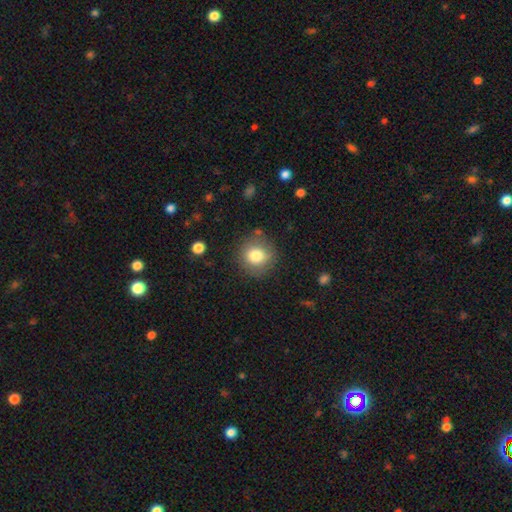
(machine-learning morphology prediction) Q: Smooth or featured?
A: smooth (80%); runner-up: star or artifact (10%)
Q: How rounded?
A: round (89%); runner-up: in between (10%)
Q: Merging?
A: none (80%); runner-up: minor disturbance (13%)